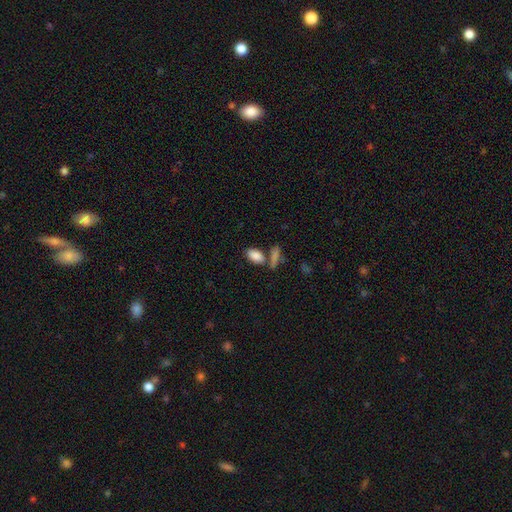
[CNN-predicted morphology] This is clearly a smooth galaxy (86%). How rounded: clearly in between (92%). Merging: possibly none (59%).